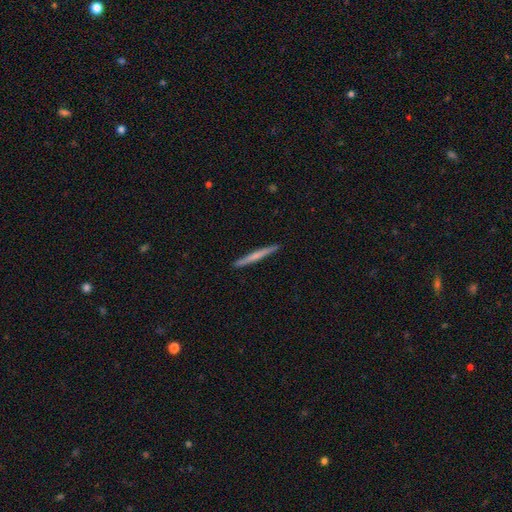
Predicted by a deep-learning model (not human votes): Smooth or featured? Predicted: smooth (p=0.49). Merging? Predicted: none (p=0.92).